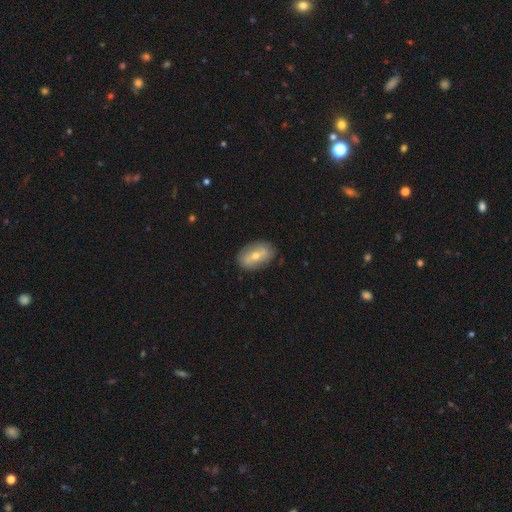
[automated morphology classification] Smooth or featured: featured or disk — 50% (smooth — 40%)
Edge-on disk: no — 90% (yes — 10%)
Merging: none — 84% (minor disturbance — 12%)